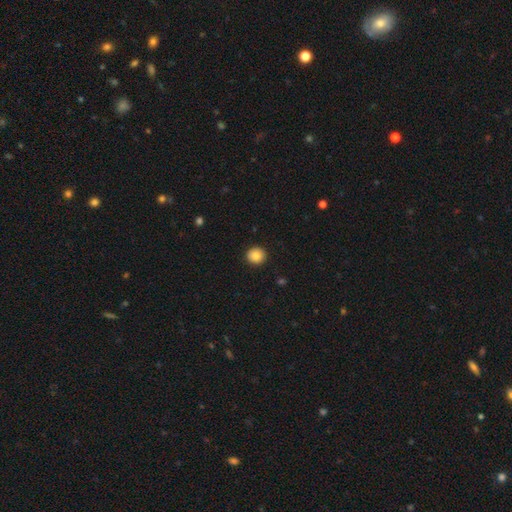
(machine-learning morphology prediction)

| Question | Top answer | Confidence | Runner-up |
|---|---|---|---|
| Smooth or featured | smooth | 85% | star or artifact (9%) |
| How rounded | round | 92% | in between (7%) |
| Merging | none | 92% | minor disturbance (6%) |